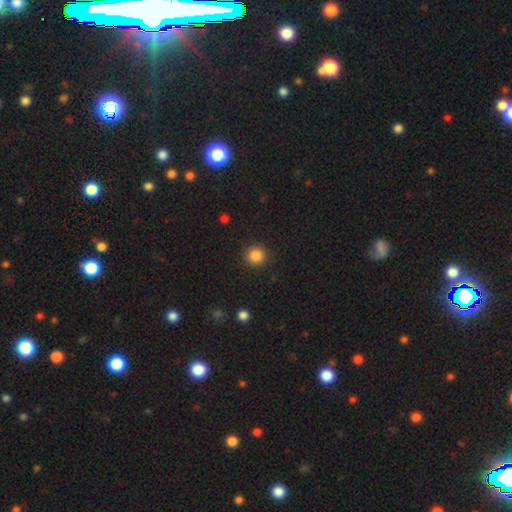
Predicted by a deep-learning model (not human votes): This appears to be a smooth galaxy with no disk features (85%) that is round (93%). Merging: none (91%).